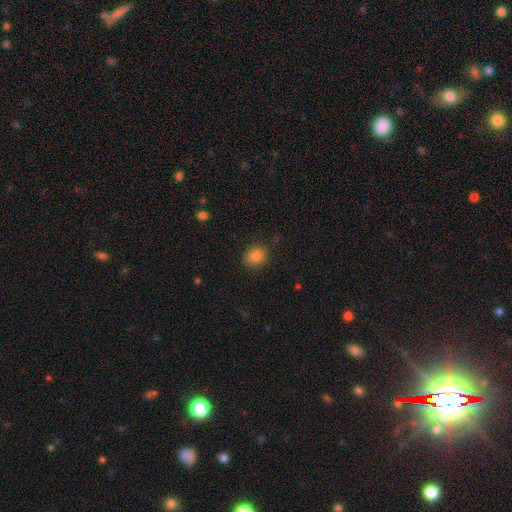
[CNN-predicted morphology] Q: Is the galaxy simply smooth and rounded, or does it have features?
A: smooth — 83%.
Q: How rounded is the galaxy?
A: round — 67%.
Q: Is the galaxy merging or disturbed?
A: none — 85%.